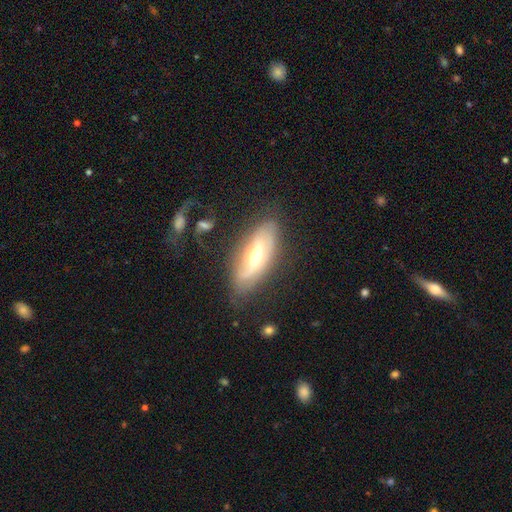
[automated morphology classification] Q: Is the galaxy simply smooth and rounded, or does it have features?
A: featured or disk — 68%.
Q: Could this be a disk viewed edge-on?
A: no — 77%.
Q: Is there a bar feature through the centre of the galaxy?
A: weak — 41%.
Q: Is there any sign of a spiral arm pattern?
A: yes — 77%.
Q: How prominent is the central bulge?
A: moderate — 67%.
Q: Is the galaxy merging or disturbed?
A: none — 71%.